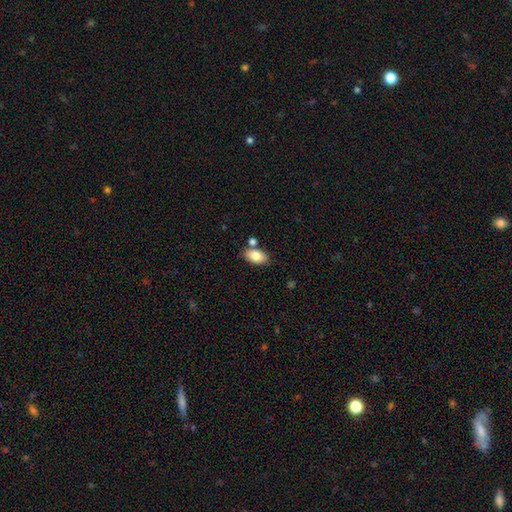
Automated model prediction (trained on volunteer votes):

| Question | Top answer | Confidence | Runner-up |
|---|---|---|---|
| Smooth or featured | smooth | 82% | featured or disk (11%) |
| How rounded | in between | 91% | round (7%) |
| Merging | none | 73% | minor disturbance (12%) |